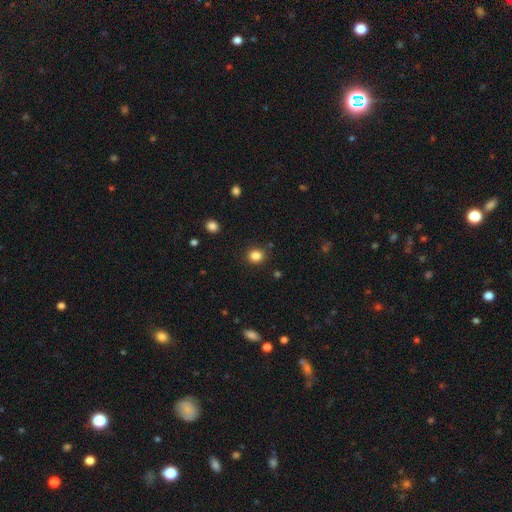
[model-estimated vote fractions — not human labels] This appears to be a smooth galaxy with no disk features (84%) that is round (82%). Merging: none (89%).